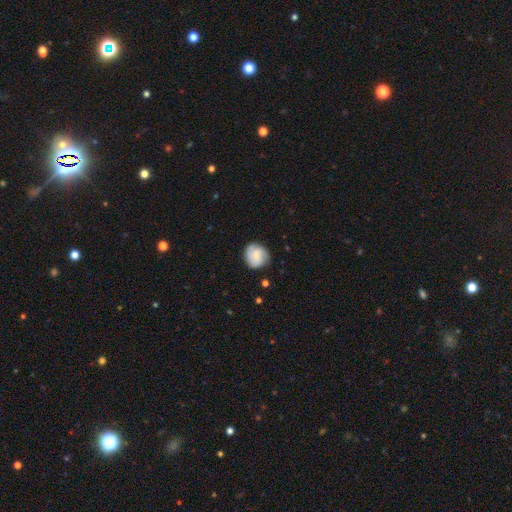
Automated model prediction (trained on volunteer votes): Morphology: type=smooth (48%); merging=none (78%).